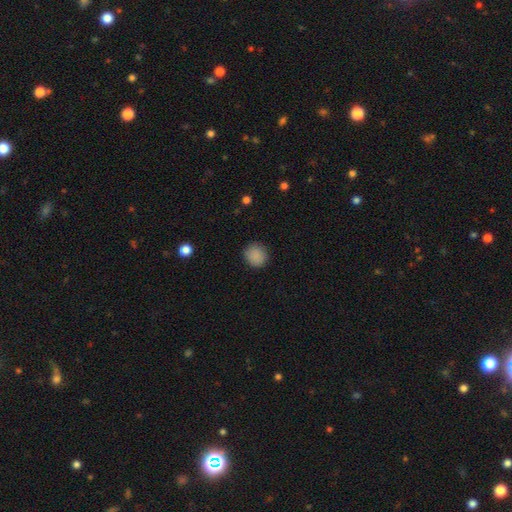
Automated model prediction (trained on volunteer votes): Smooth or featured: smooth — 88% (star or artifact — 9%)
How rounded: round — 87% (in between — 12%)
Merging: none — 88% (minor disturbance — 8%)